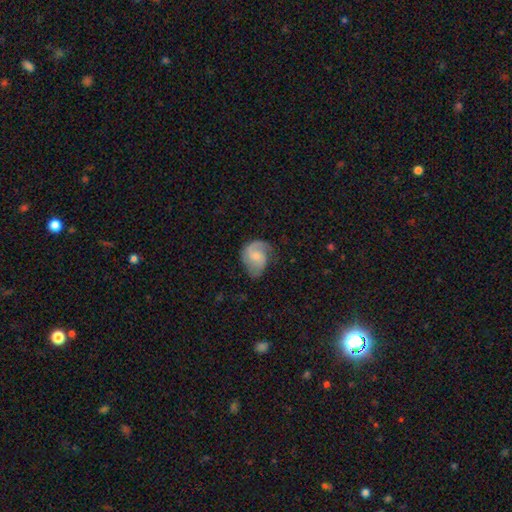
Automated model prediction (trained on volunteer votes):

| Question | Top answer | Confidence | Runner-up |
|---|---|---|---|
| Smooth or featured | featured or disk | 69% | smooth (25%) |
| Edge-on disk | no | 98% | yes (2%) |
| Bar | no | 56% | weak (38%) |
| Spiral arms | yes | 93% | no (7%) |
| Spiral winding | medium | 47% | tight (27%) |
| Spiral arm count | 2 | 69% | 1 (19%) |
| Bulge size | moderate | 34% | small (32%) |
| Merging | none | 54% | minor disturbance (28%) |